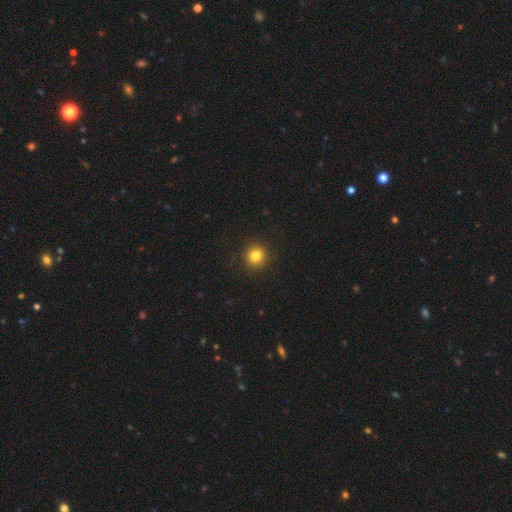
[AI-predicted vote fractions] smooth_or_featured: smooth (p=0.82) [alt: star or artifact p=0.12]
how_rounded: round (p=0.93) [alt: in between p=0.06]
merging: none (p=0.91) [alt: minor disturbance p=0.05]